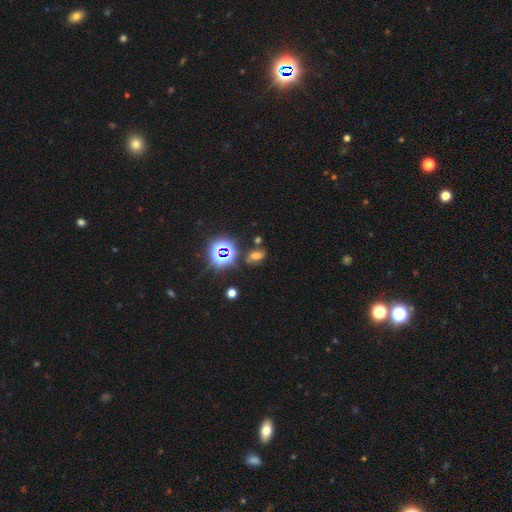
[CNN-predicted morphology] Smooth or featured? smooth (47%)
Merging? none (66%)